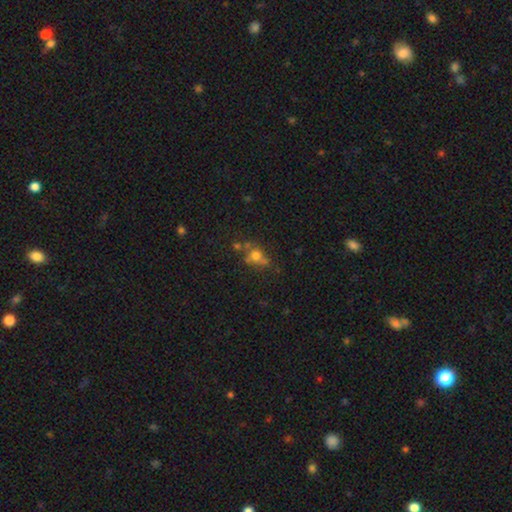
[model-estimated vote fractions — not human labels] smooth-or-featured: smooth: 58% | featured or disk: 22% | star or artifact: 20%
  how-rounded: round: 61% | in between: 36% | cigar-shaped: 3%
  merging: none: 46% | merger: 25% | minor disturbance: 18% | major disturbance: 11%